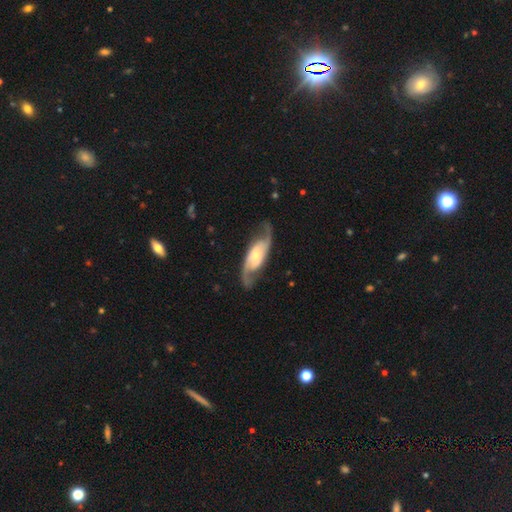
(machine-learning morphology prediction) featured or disk 86%, smooth 10%, star or artifact 4%. Down the decision tree: edge-on disk — no (92%); bar — no (41%); spiral arms — yes (96%); spiral arm count — 2 (92%); spiral winding — loose (46%); bulge size — small (47%); merging — none (77%).